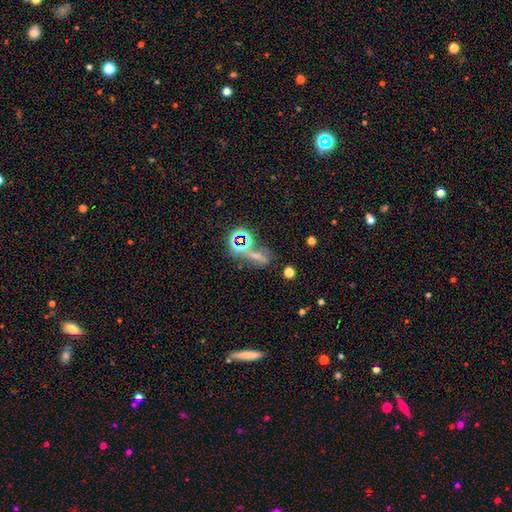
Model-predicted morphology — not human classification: Q: Smooth or featured?
A: star or artifact (47%); runner-up: smooth (39%)